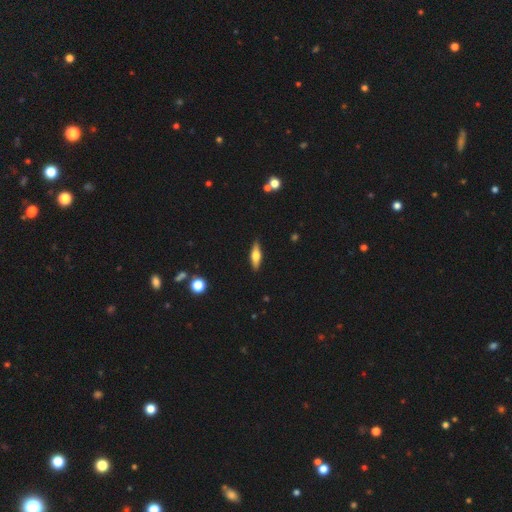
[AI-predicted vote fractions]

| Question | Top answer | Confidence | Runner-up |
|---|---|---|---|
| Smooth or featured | smooth | 49% | featured or disk (44%) |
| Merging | none | 88% | minor disturbance (9%) |